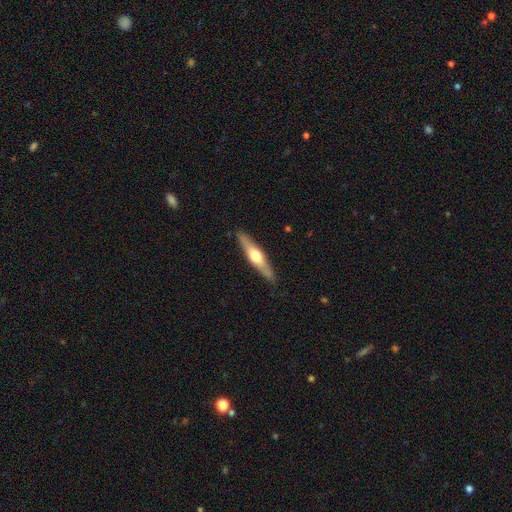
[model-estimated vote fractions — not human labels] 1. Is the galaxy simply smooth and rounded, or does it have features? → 57% featured or disk, 38% smooth, 5% star or artifact.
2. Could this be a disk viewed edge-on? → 93% yes, 7% no.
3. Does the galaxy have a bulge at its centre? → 92% rounded, 4% boxy, 4% none.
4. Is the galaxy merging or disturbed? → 89% none, 8% minor disturbance, 2% major disturbance, 1% merger.